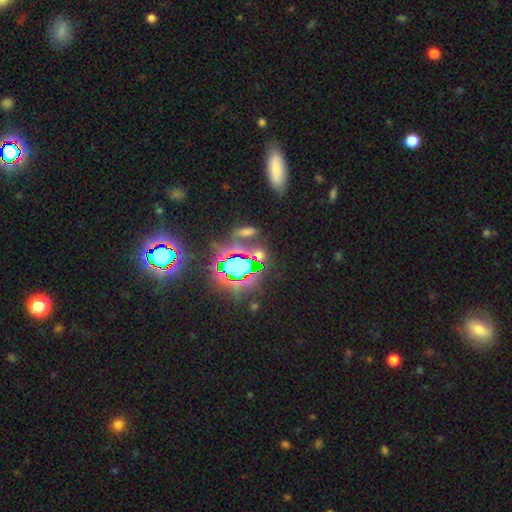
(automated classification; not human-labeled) Overall: star or artifact (68%).